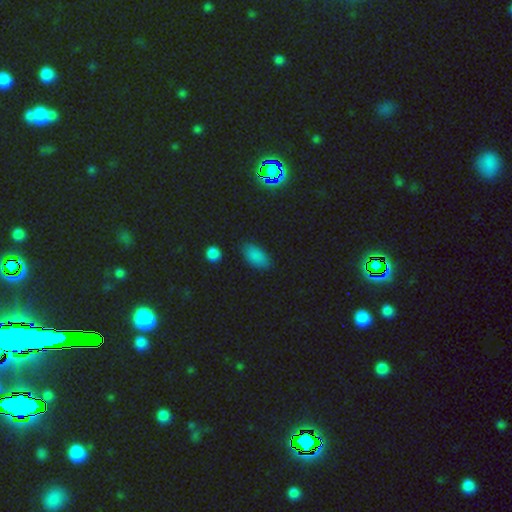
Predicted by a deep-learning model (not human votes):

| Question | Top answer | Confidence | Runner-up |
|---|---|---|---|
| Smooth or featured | smooth | 82% | star or artifact (13%) |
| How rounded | in between | 91% | round (5%) |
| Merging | none | 84% | minor disturbance (11%) |